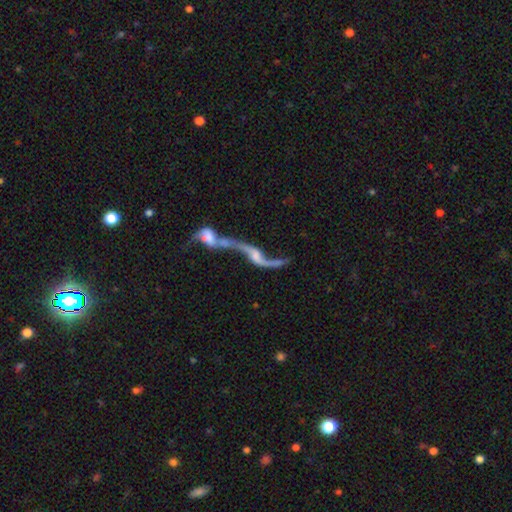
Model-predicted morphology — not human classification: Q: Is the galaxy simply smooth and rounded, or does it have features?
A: featured or disk — 82%.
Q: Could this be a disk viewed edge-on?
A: no — 90%.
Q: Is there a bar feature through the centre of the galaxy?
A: no — 55%.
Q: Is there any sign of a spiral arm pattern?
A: yes — 86%.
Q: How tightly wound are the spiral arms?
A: loose — 95%.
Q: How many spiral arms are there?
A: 2 — 87%.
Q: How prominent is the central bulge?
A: small — 32%.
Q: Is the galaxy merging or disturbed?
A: merger — 75%.